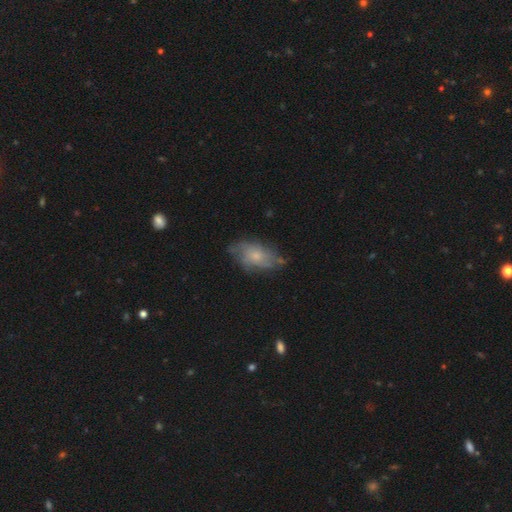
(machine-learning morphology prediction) A smooth galaxy with no disk features (50%) that is in between round and cigar-shaped (90%).

Vote fractions:
- Smooth or featured? smooth: 50% / featured or disk: 42% / star or artifact: 8%
- How rounded? in between: 90% / round: 7% / cigar-shaped: 4%
- Merging? none: 58% / minor disturbance: 29% / major disturbance: 11% / merger: 2%